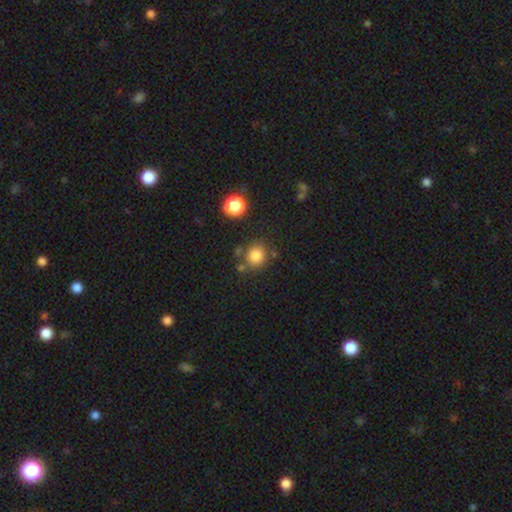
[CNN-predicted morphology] The model was most divided on "merging": none: 73%, minor disturbance: 12%, merger: 10%, major disturbance: 5%. More confident: how rounded — round (86%); smooth or featured — smooth (82%).